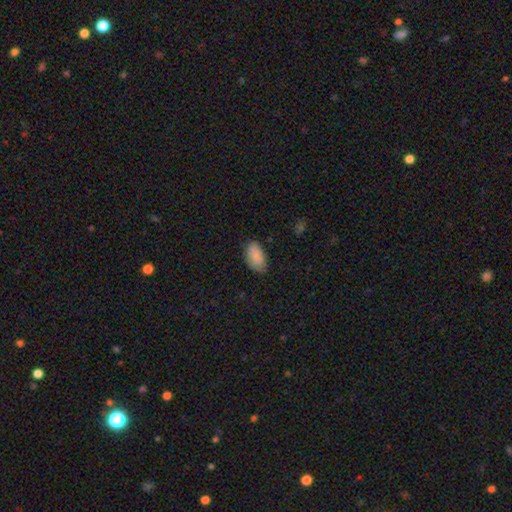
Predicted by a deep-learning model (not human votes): Q: Smooth or featured?
A: smooth (89%); runner-up: star or artifact (7%)
Q: How rounded?
A: in between (95%); runner-up: round (3%)
Q: Merging?
A: none (79%); runner-up: minor disturbance (17%)